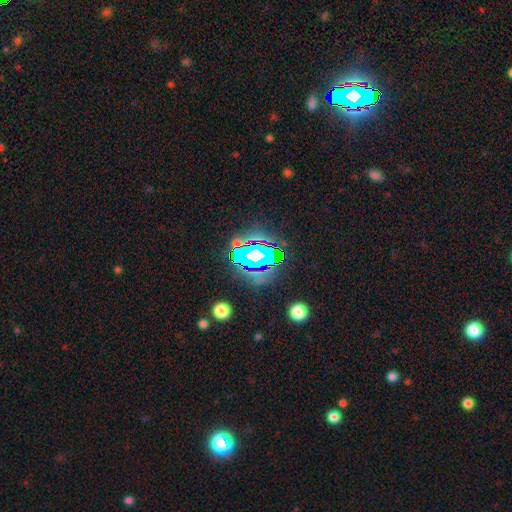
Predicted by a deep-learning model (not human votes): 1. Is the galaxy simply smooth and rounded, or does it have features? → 73% star or artifact, 15% smooth, 12% featured or disk.